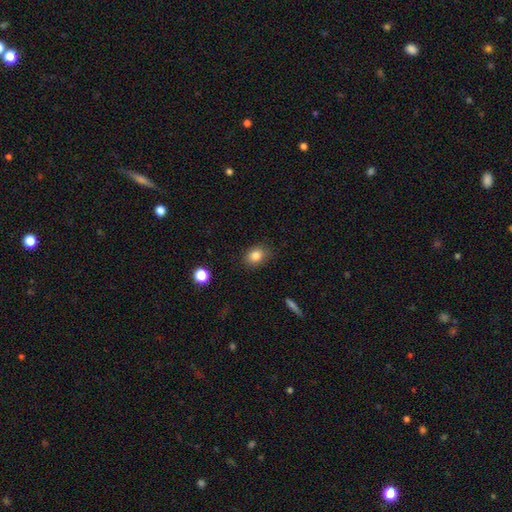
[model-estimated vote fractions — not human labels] A smooth galaxy with no disk features (83%) that is in between round and cigar-shaped (63%).

Vote fractions:
- Smooth or featured? smooth: 83% / star or artifact: 10% / featured or disk: 7%
- How rounded? in between: 63% / round: 36% / cigar-shaped: 1%
- Merging? none: 84% / minor disturbance: 12% / major disturbance: 3% / merger: 1%